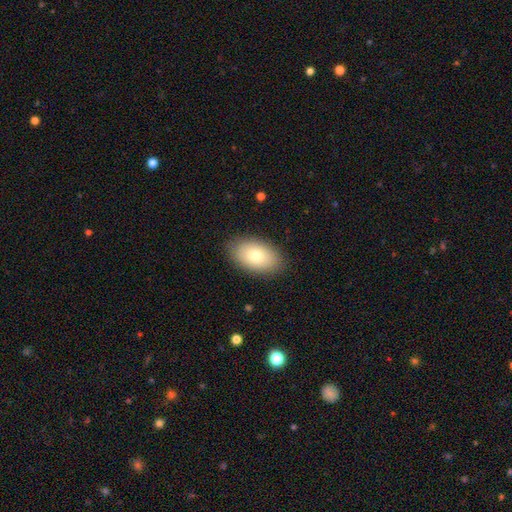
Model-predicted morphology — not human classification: Smooth or featured? Predicted: smooth (p=0.78). How rounded? Predicted: in between (p=0.92). Merging? Predicted: none (p=0.86).